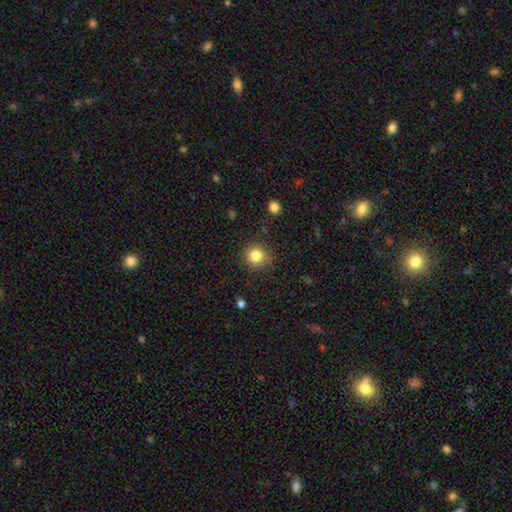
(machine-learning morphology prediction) A smooth galaxy with no disk features (83%) that is round (89%). Merging: none (85%).